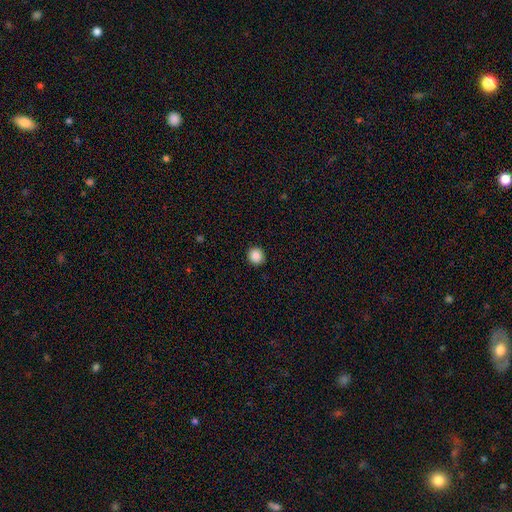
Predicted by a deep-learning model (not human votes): smooth 88%, star or artifact 9%, featured or disk 3%. Down the decision tree: how rounded — round (89%); merging — none (92%).